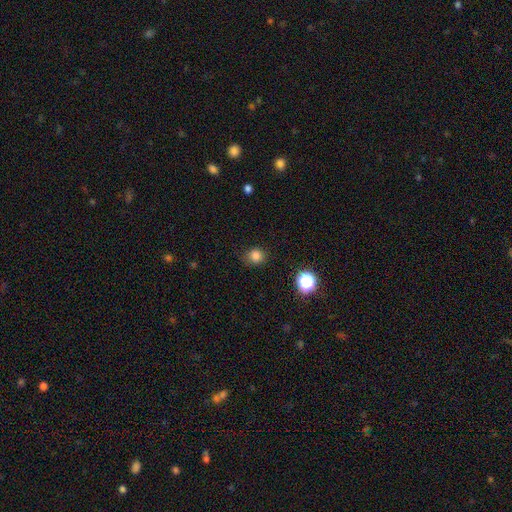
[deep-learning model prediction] A smooth galaxy with no disk features (82%) that is round (85%). Merging: none (81%).